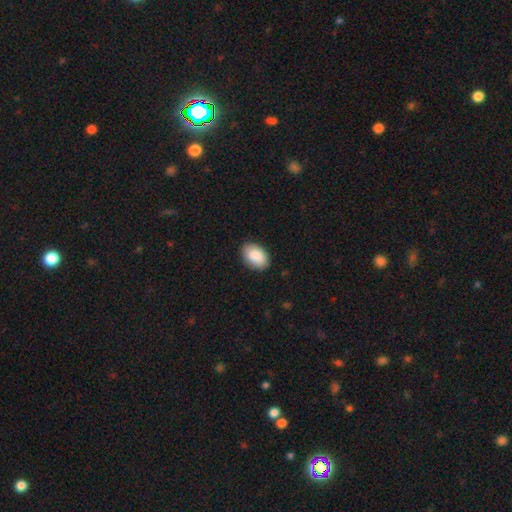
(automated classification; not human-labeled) The model was most divided on "merging": none: 87%, minor disturbance: 10%, major disturbance: 2%, merger: 1%. More confident: how rounded — in between (90%); smooth or featured — smooth (89%).